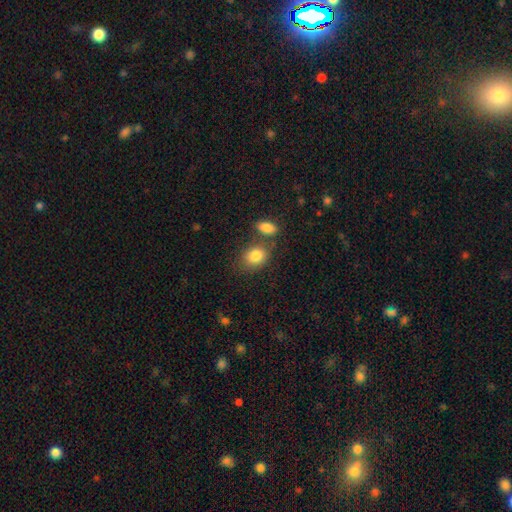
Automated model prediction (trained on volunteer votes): Smooth or featured: smooth — 83% (featured or disk — 8%)
How rounded: in between — 66% (round — 33%)
Merging: none — 61% (merger — 20%)